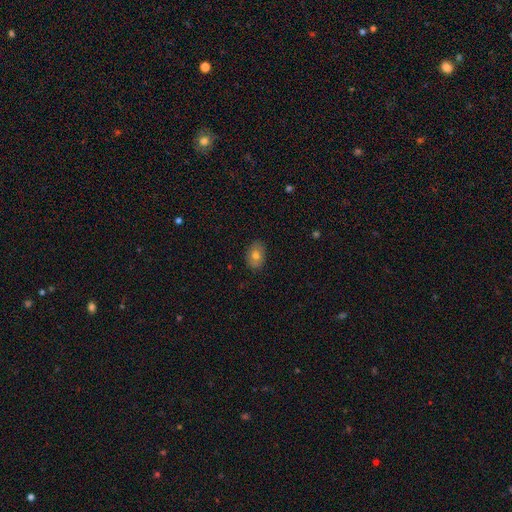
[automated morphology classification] Smooth or featured? smooth (74%)
How rounded? in between (81%)
Merging? none (85%)